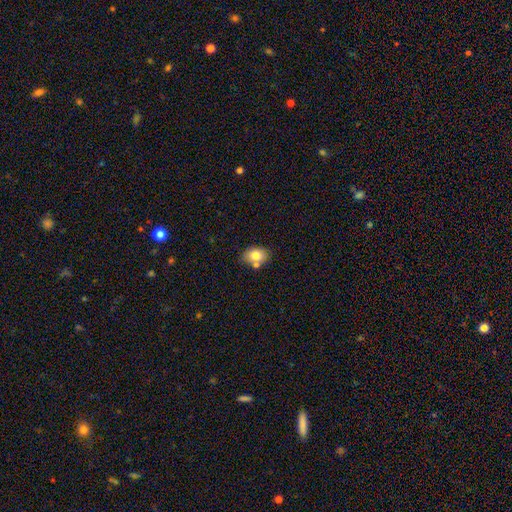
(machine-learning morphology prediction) A smooth galaxy with no disk features (79%) that is in between round and cigar-shaped (70%). Merging: none (62%).